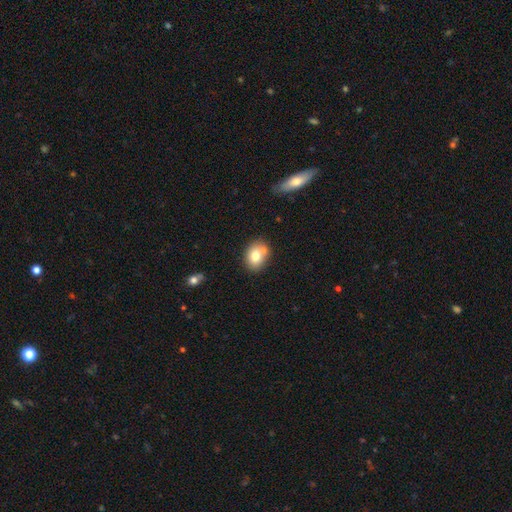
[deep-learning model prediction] Smooth or featured? Predicted: smooth (p=0.75). How rounded? Predicted: in between (p=0.56). Merging? Predicted: none (p=0.58).